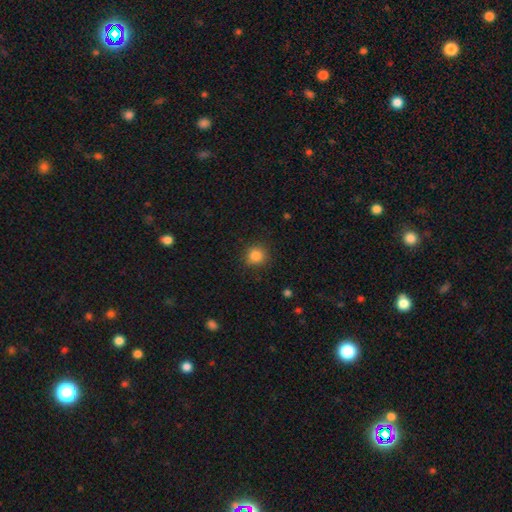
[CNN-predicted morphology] The model was most divided on "smooth or featured": smooth: 84%, star or artifact: 11%, featured or disk: 5%. More confident: how rounded — round (91%); merging — none (87%).